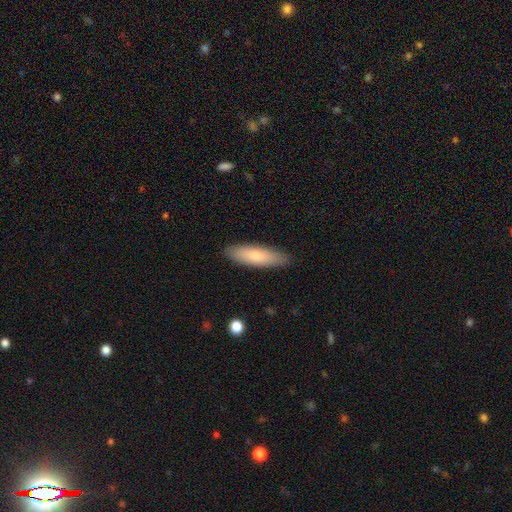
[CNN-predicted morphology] smooth-or-featured: smooth: 78% | featured or disk: 17% | star or artifact: 5%
  how-rounded: cigar-shaped: 62% | in between: 36% | round: 1%
  merging: none: 88% | minor disturbance: 9% | major disturbance: 2% | merger: 1%